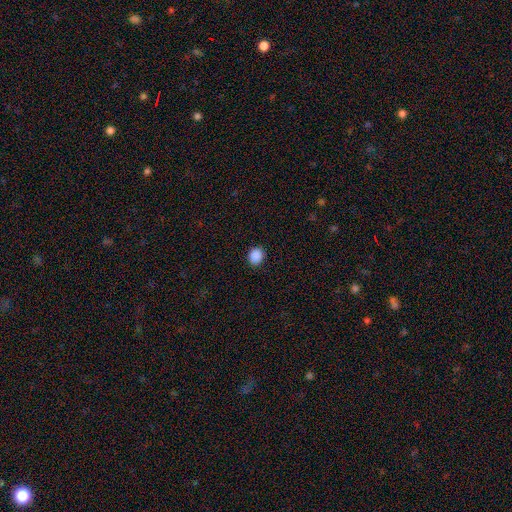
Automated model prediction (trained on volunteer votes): The model was most divided on "how rounded": round: 71%, in between: 29%, cigar-shaped: 1%. More confident: merging — none (90%); smooth or featured — smooth (89%).